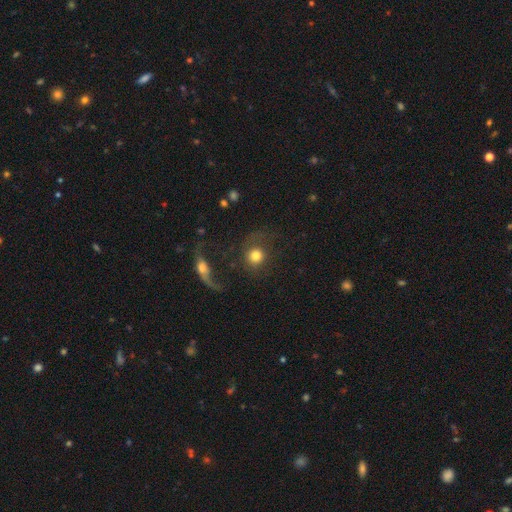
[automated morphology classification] A smooth galaxy with no disk features (72%) that is round (89%). Merging: none (51%).